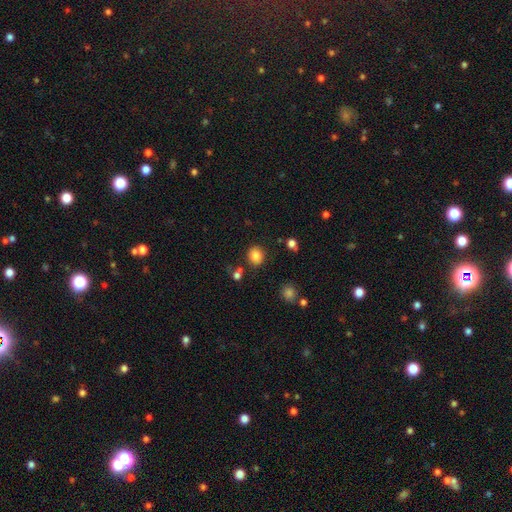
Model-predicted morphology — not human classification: A smooth galaxy with no disk features (83%) that is round (76%). Merging: none (82%).